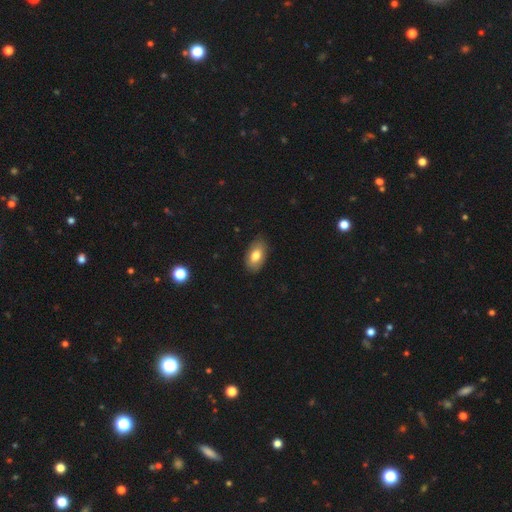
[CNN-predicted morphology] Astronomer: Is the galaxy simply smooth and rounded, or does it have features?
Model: smooth — 78%.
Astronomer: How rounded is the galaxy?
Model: in between — 93%.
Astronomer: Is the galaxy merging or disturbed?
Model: none — 84%.